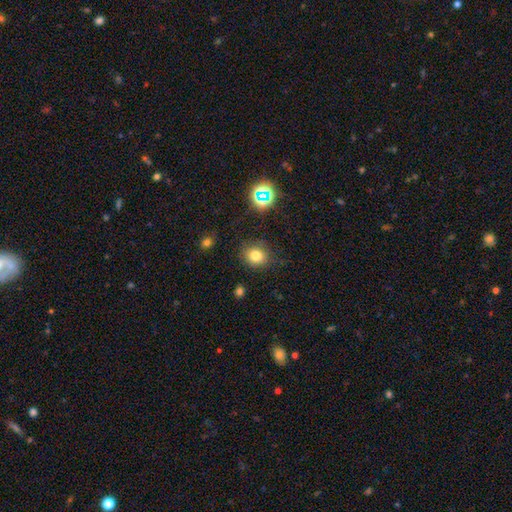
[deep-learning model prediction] smooth 77%, star or artifact 16%, featured or disk 8%. Down the decision tree: how rounded — round (75%); merging — none (82%).